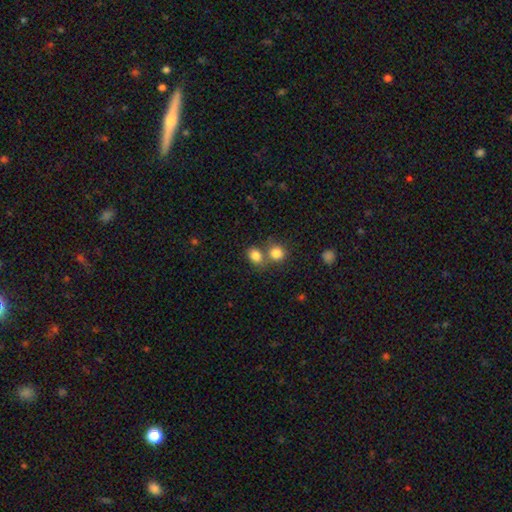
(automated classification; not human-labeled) smooth-or-featured: smooth: 82% | star or artifact: 11% | featured or disk: 7%
  how-rounded: round: 51% | in between: 48% | cigar-shaped: 1%
  merging: none: 49% | merger: 38% | minor disturbance: 9% | major disturbance: 3%